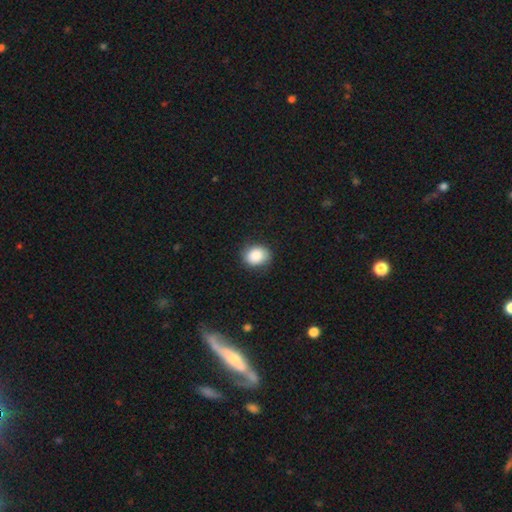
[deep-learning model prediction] smooth_or_featured: smooth (p=0.88) [alt: star or artifact p=0.08]
how_rounded: round (p=0.57) [alt: in between p=0.42]
merging: none (p=0.82) [alt: minor disturbance p=0.13]